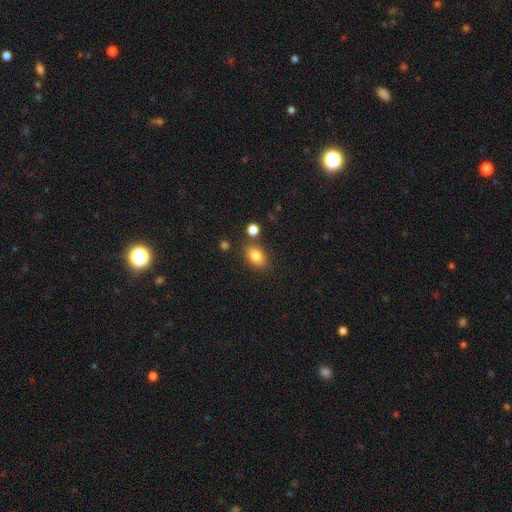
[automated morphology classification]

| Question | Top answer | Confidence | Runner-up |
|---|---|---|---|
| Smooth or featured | smooth | 84% | star or artifact (10%) |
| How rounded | in between | 79% | round (20%) |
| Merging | none | 77% | minor disturbance (12%) |